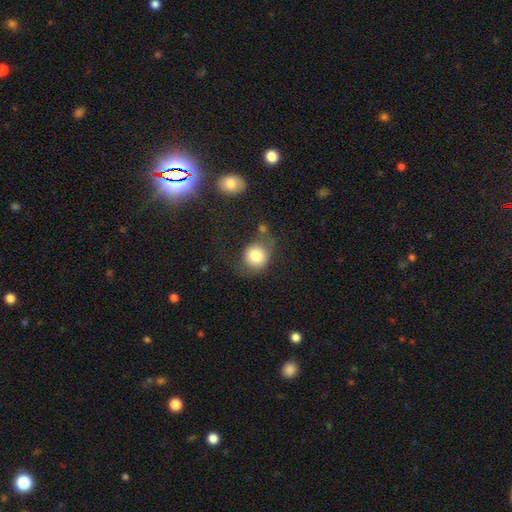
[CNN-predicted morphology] Smooth or featured: smooth — 81% (featured or disk — 11%)
How rounded: round — 79% (in between — 20%)
Merging: none — 53% (minor disturbance — 24%)